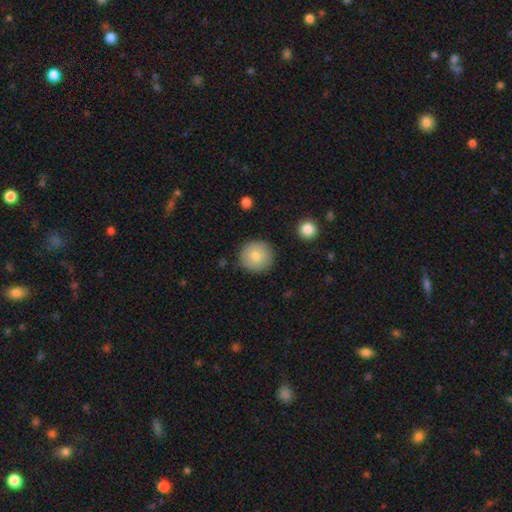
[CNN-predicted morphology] This is clearly a smooth galaxy (81%). How rounded: clearly round (95%). Merging: clearly none (86%).